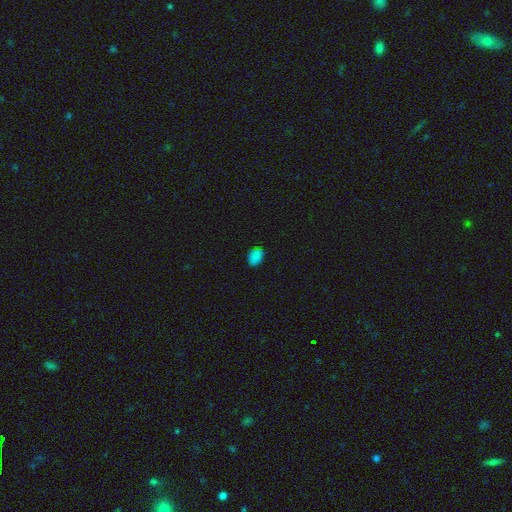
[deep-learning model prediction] Smooth or featured? smooth (82%)
How rounded? in between (78%)
Merging? none (82%)